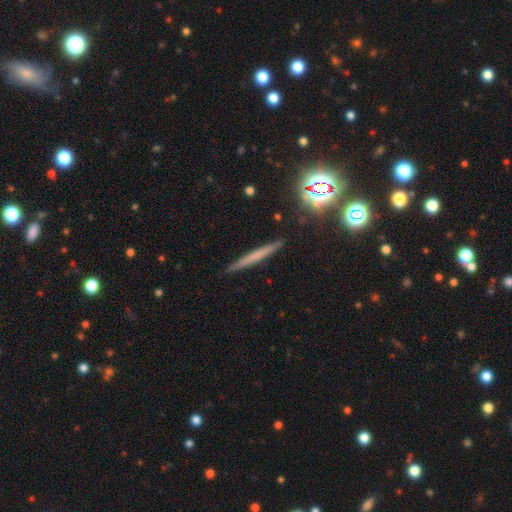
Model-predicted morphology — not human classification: smooth_or_featured: smooth (p=0.48) [alt: featured or disk p=0.37]
merging: none (p=0.89) [alt: minor disturbance p=0.08]